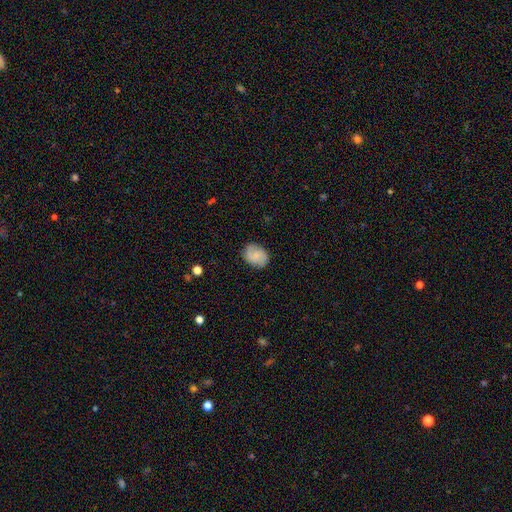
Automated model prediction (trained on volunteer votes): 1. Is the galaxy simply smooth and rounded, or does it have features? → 64% smooth, 28% featured or disk, 8% star or artifact.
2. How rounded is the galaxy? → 59% in between, 40% round, 1% cigar-shaped.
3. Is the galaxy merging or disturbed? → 80% none, 15% minor disturbance, 4% major disturbance, 1% merger.